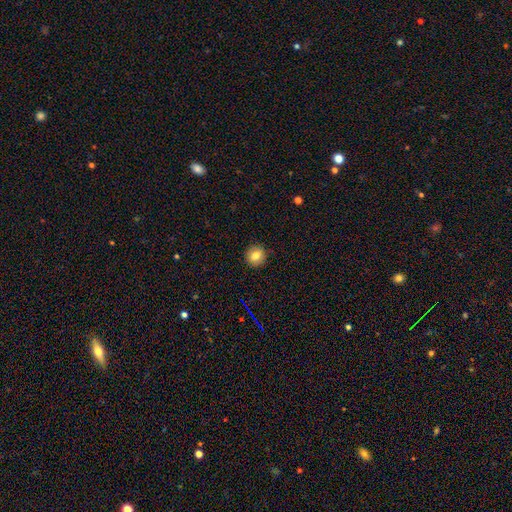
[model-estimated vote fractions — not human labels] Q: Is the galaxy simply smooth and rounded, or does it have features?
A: smooth — 80%.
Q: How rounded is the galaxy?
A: round — 92%.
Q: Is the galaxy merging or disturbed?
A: none — 92%.